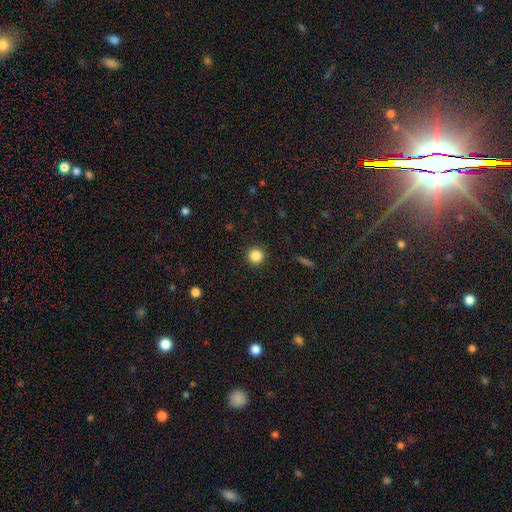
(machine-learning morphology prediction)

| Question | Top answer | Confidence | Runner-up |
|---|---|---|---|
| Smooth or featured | smooth | 85% | star or artifact (11%) |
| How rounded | round | 95% | in between (4%) |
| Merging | none | 92% | minor disturbance (5%) |